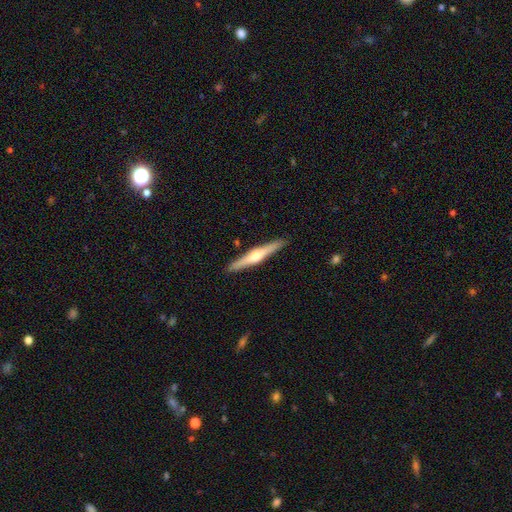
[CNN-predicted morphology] Q: Smooth or featured?
A: featured or disk (68%); runner-up: smooth (27%)
Q: Edge-on disk?
A: yes (98%); runner-up: no (2%)
Q: Edge-on bulge?
A: rounded (89%); runner-up: boxy (6%)
Q: Merging?
A: none (91%); runner-up: minor disturbance (6%)